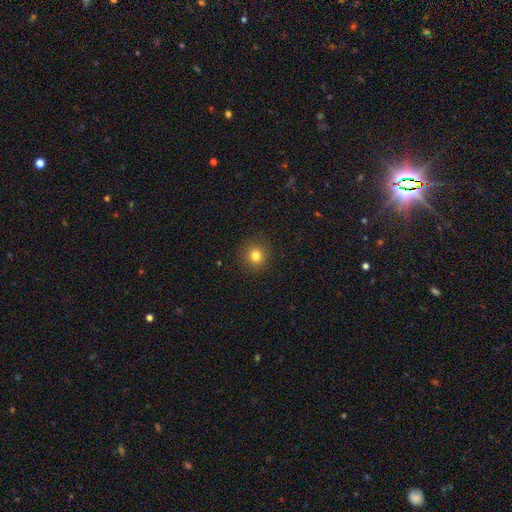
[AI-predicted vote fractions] This is clearly a smooth galaxy (81%). How rounded: clearly round (91%). Merging: clearly none (91%).